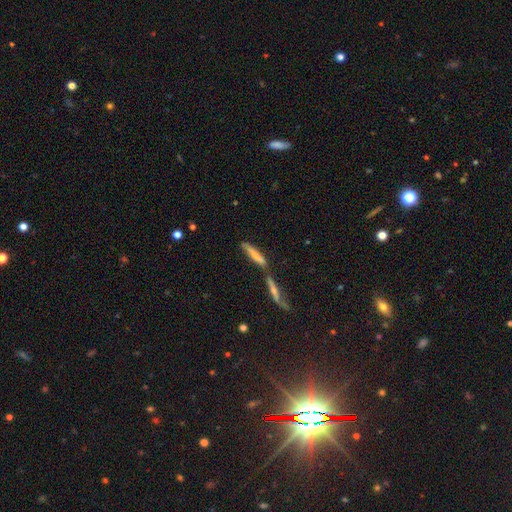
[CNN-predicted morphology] Q: Smooth or featured?
A: smooth (65%); runner-up: featured or disk (27%)
Q: How rounded?
A: cigar-shaped (87%); runner-up: in between (11%)
Q: Merging?
A: none (43%); runner-up: merger (39%)